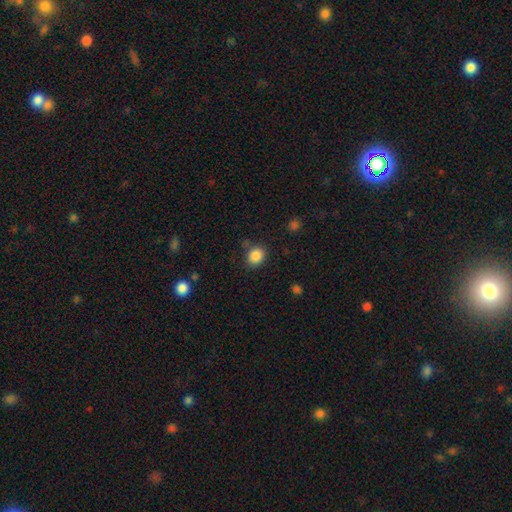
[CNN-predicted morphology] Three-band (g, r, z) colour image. It shows a smooth galaxy with no disk features (86%) that is round (63%). Merging: none (78%).